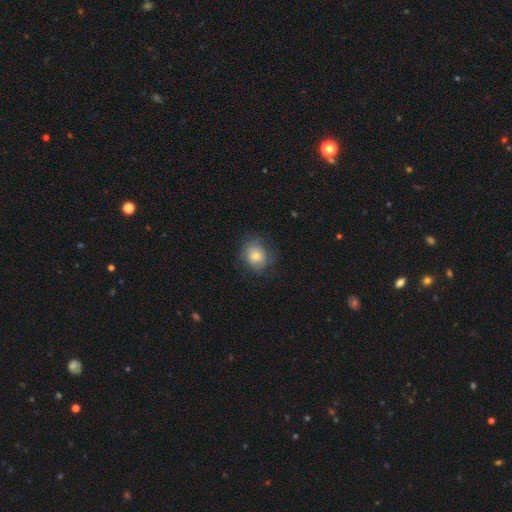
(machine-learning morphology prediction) Overall: smooth (62%; featured or disk 29%). How rounded: round (73%). Merging: none (70%).